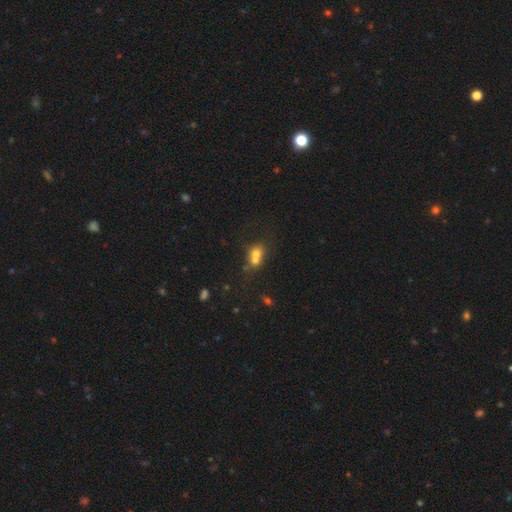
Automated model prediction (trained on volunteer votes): Q: Smooth or featured?
A: smooth (65%); runner-up: featured or disk (21%)
Q: How rounded?
A: round (66%); runner-up: in between (32%)
Q: Merging?
A: merger (64%); runner-up: none (26%)